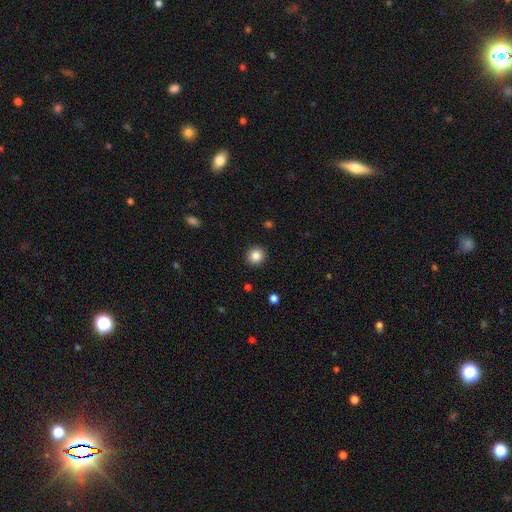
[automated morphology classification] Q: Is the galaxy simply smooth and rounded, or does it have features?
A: smooth — 86%.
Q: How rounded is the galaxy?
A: round — 91%.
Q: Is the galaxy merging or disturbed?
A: none — 91%.